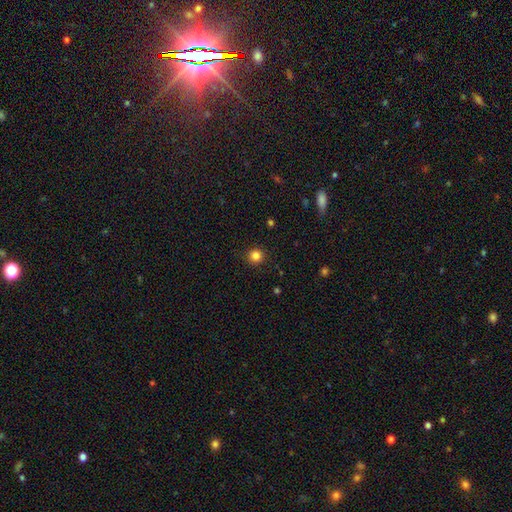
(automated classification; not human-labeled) Smooth or featured: smooth — 84% (star or artifact — 12%)
How rounded: round — 93% (in between — 6%)
Merging: none — 91% (minor disturbance — 6%)